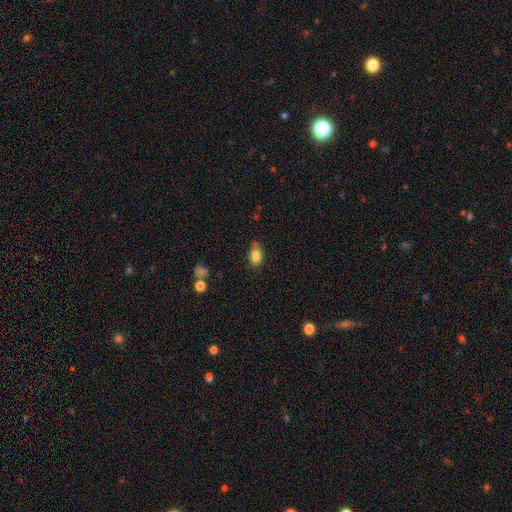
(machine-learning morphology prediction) smooth_or_featured: smooth (p=0.84) [alt: star or artifact p=0.10]
how_rounded: in between (p=0.69) [alt: round p=0.29]
merging: none (p=0.63) [alt: minor disturbance p=0.25]